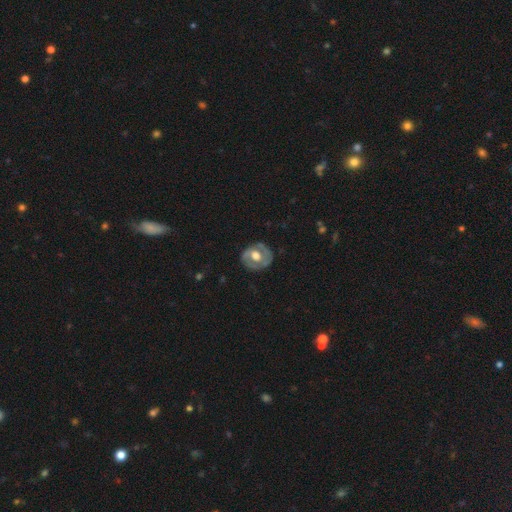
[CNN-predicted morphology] Overall: featured or disk (65%; smooth 29%). Edge-on disk: no (96%). Bar: no (68%). Spiral arms: yes (51%; no 49%). Bulge size: moderate (54%; large 40%). Merging: none (76%).